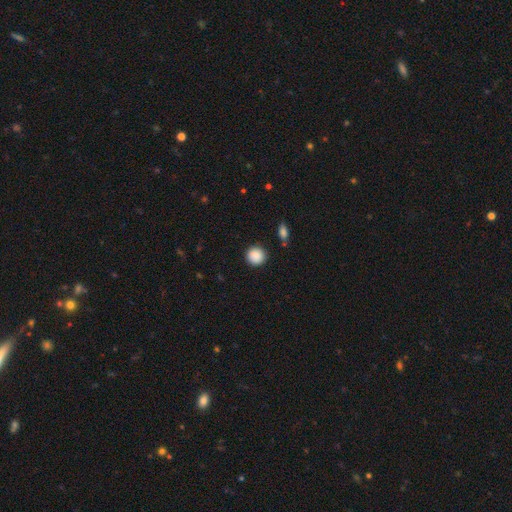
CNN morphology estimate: smooth_or_featured: smooth (p=0.88) [alt: star or artifact p=0.08]
how_rounded: round (p=0.94) [alt: in between p=0.05]
merging: none (p=0.89) [alt: minor disturbance p=0.07]